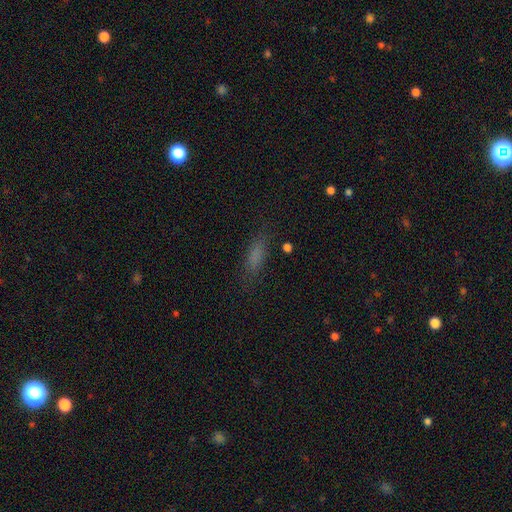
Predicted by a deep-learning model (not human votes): Smooth or featured? Predicted: smooth (p=0.73). How rounded? Predicted: cigar-shaped (p=0.50). Merging? Predicted: none (p=0.76).